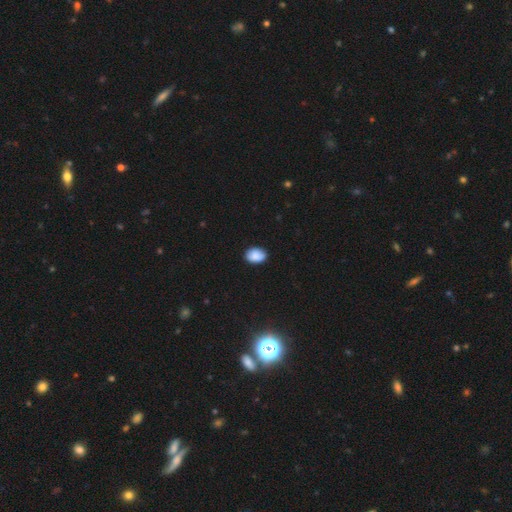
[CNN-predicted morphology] Smooth or featured?
  - smooth: 88% *
  - star or artifact: 7%
  - featured or disk: 5%
How rounded?
  - in between: 82% *
  - round: 17%
  - cigar-shaped: 1%
Merging?
  - none: 84% *
  - minor disturbance: 13%
  - major disturbance: 2%
  - merger: 1%